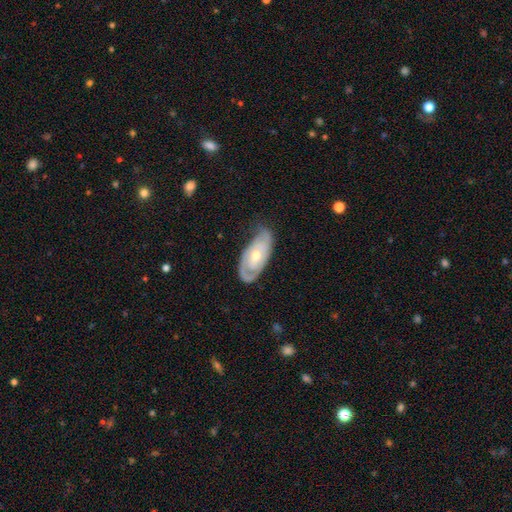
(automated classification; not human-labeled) This appears to be a featured or disk galaxy (78%) with no bar (74%), 2 (56%) tight (62%) spiral arms (86%) and a moderate central bulge (54%). Merging: none (65%).